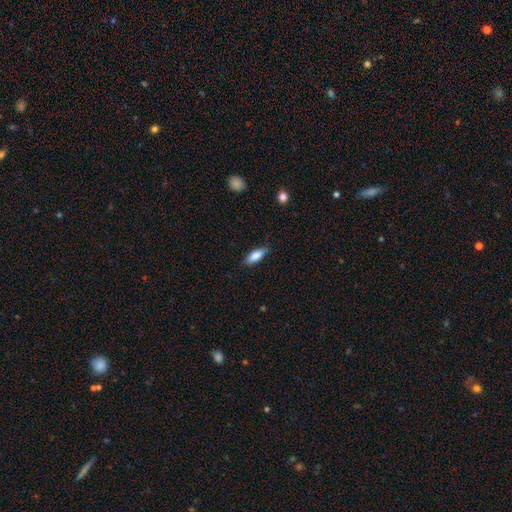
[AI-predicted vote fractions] smooth_or_featured: smooth (p=0.83) [alt: featured or disk p=0.11]
how_rounded: in between (p=0.73) [alt: cigar-shaped p=0.25]
merging: none (p=0.82) [alt: minor disturbance p=0.15]